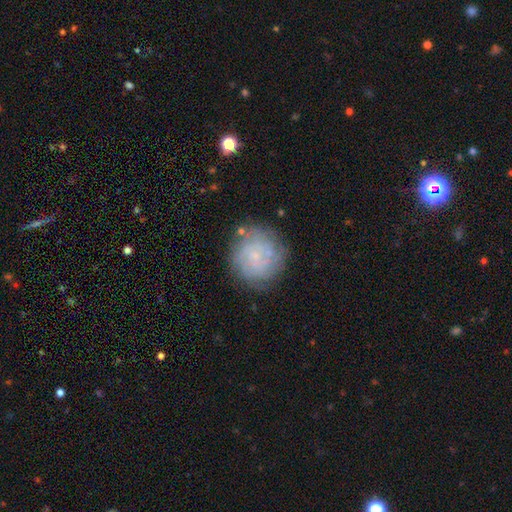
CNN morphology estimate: Smooth or featured?
  - featured or disk: 52% *
  - smooth: 38%
  - star or artifact: 11%
Edge-on disk?
  - no: 97% *
  - yes: 3%
Bar?
  - no: 79% *
  - weak: 18%
  - strong: 3%
Spiral arms?
  - yes: 74% *
  - no: 26%
Bulge size?
  - small: 78% *
  - none: 11%
  - moderate: 9%
  - large: 1%
  - dominant: 1%
Merging?
  - none: 78% *
  - minor disturbance: 14%
  - major disturbance: 5%
  - merger: 3%